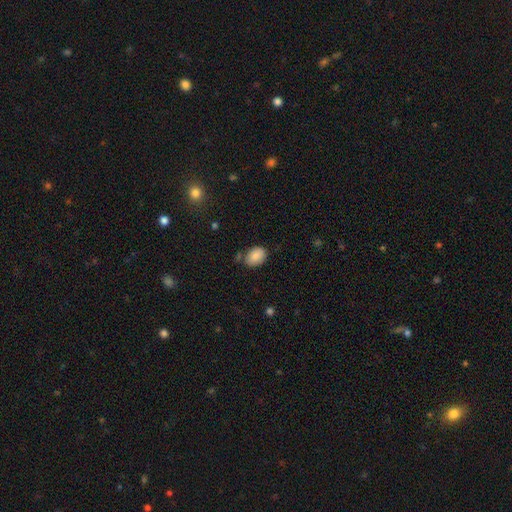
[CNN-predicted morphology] Smooth or featured?
  - smooth: 87% *
  - star or artifact: 8%
  - featured or disk: 5%
How rounded?
  - in between: 78% *
  - round: 21%
  - cigar-shaped: 1%
Merging?
  - none: 70% *
  - minor disturbance: 20%
  - merger: 6%
  - major disturbance: 5%